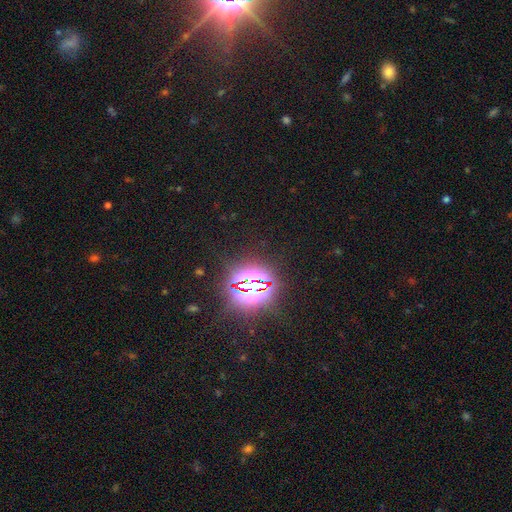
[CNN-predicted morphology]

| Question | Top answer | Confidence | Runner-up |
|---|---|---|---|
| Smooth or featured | star or artifact | 84% | smooth (9%) |